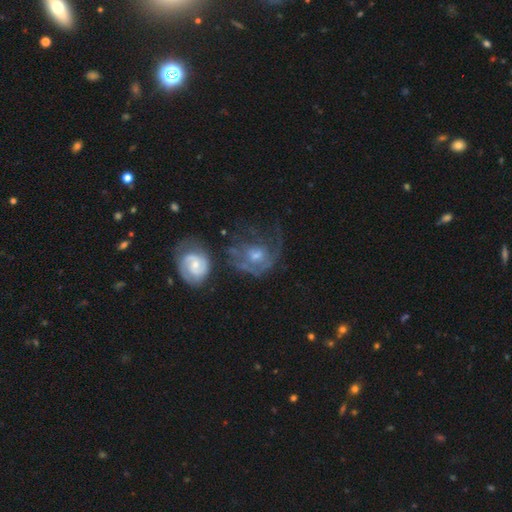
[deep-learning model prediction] Smooth or featured?
  - featured or disk: 67% *
  - smooth: 23%
  - star or artifact: 10%
Edge-on disk?
  - no: 96% *
  - yes: 4%
Bar?
  - no: 71% *
  - weak: 24%
  - strong: 5%
Spiral arms?
  - yes: 74% *
  - no: 26%
Bulge size?
  - moderate: 49% *
  - small: 40%
  - none: 5%
  - large: 5%
  - dominant: 1%
Merging?
  - none: 34% *
  - major disturbance: 30%
  - merger: 19%
  - minor disturbance: 17%